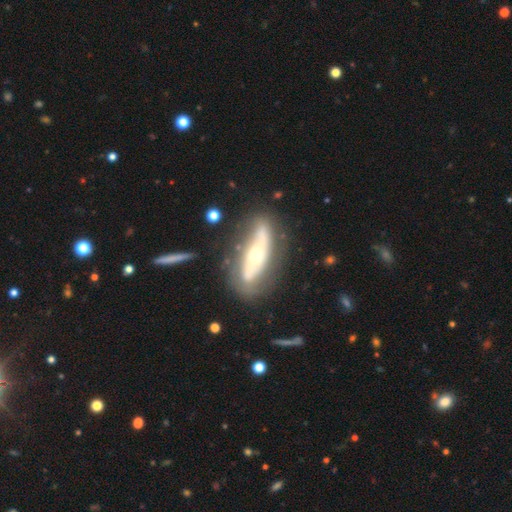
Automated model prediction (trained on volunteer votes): A featured or disk galaxy (68%) with no bar (62%), spiral arms (59%) and a moderate central bulge (58%). Merging: none (67%).